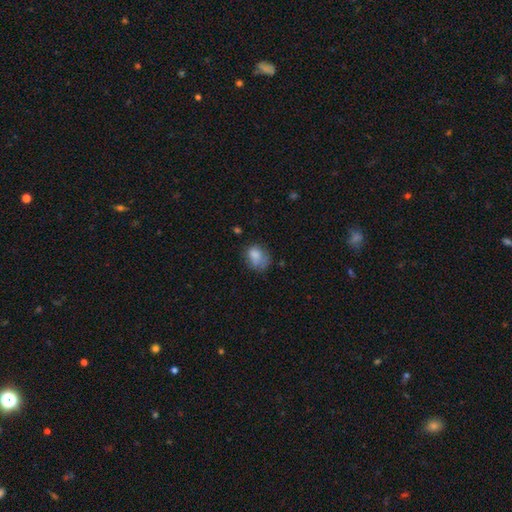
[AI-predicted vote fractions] smooth_or_featured: smooth (p=0.77) [alt: featured or disk p=0.13]
how_rounded: in between (p=0.52) [alt: round p=0.47]
merging: none (p=0.49) [alt: minor disturbance p=0.30]